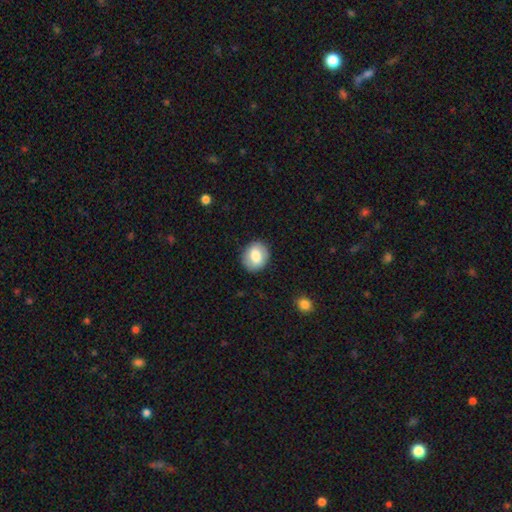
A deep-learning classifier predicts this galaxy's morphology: This appears to be a smooth galaxy with no disk features (77%) that is round (54%). Merging: none (86%).